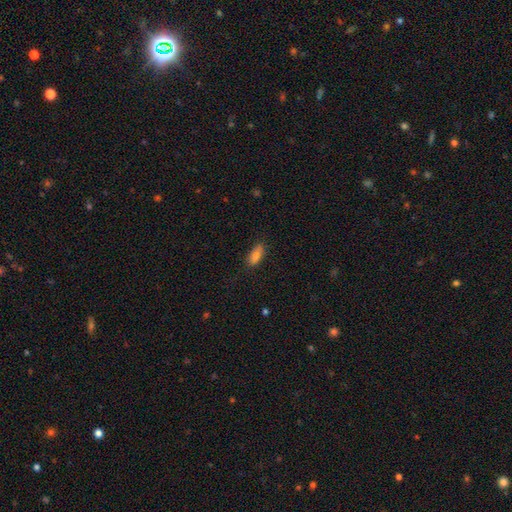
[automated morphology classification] This is clearly a smooth galaxy (81%). How rounded: likely in between (77%). Merging: clearly none (82%).